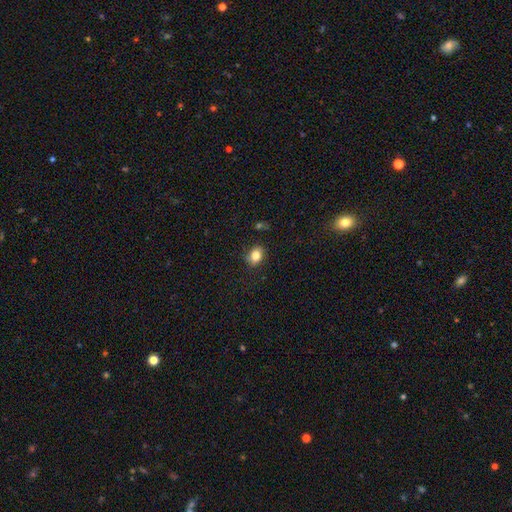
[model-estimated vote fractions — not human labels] Smooth or featured: smooth — 83% (star or artifact — 10%)
How rounded: in between — 61% (round — 38%)
Merging: none — 83% (minor disturbance — 13%)